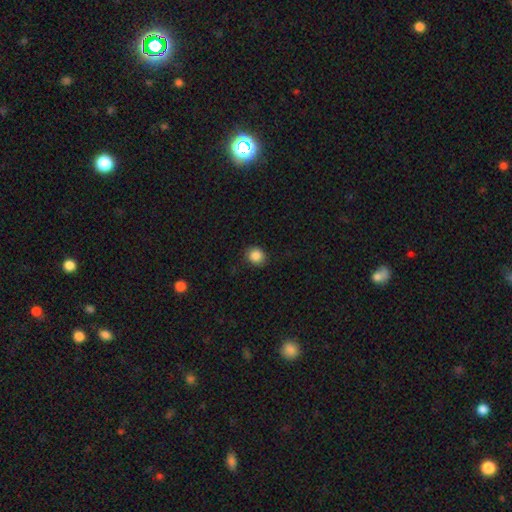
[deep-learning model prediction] Overall: smooth (86%). How rounded: round (76%). Merging: none (87%).